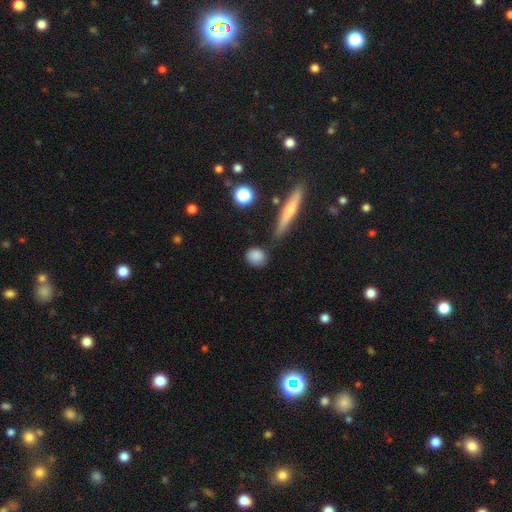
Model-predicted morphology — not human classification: Smooth or featured: smooth — 84% (star or artifact — 9%)
How rounded: round — 64% (in between — 31%)
Merging: none — 76% (minor disturbance — 14%)